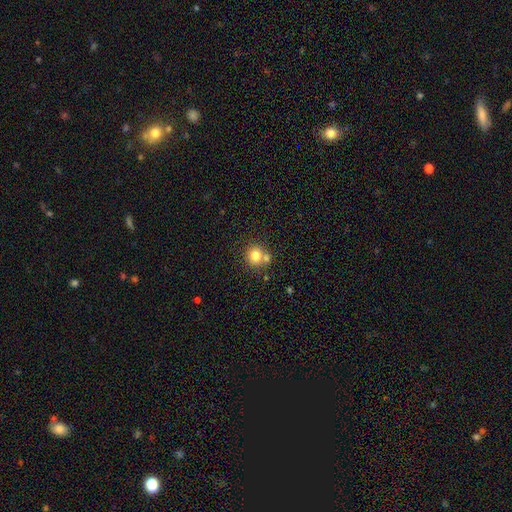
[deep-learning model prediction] smooth-or-featured: smooth: 78% | star or artifact: 11% | featured or disk: 11%
  how-rounded: round: 85% | in between: 14% | cigar-shaped: 1%
  merging: none: 56% | merger: 31% | minor disturbance: 10% | major disturbance: 3%